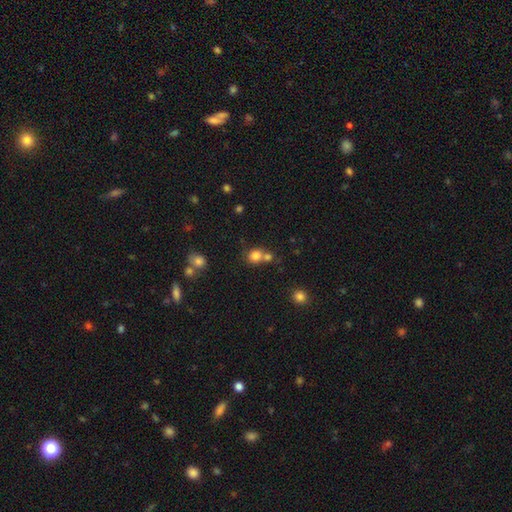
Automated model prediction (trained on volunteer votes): Morphology: type=smooth (80%); roundness=round (80%); merging=none (48%).